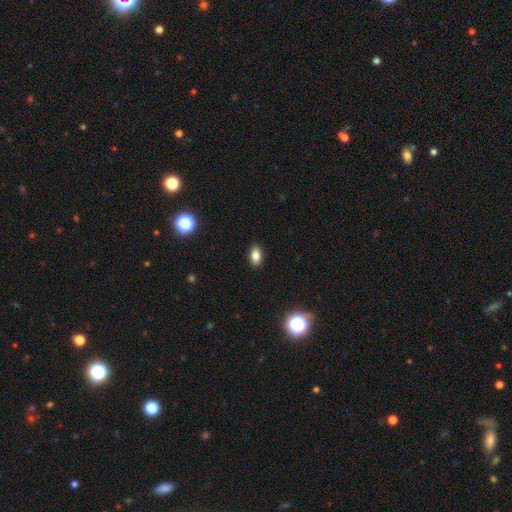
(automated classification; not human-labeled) smooth-or-featured: smooth: 82% | star or artifact: 11% | featured or disk: 8%
  how-rounded: in between: 87% | round: 10% | cigar-shaped: 3%
  merging: none: 89% | minor disturbance: 8% | major disturbance: 2% | merger: 1%